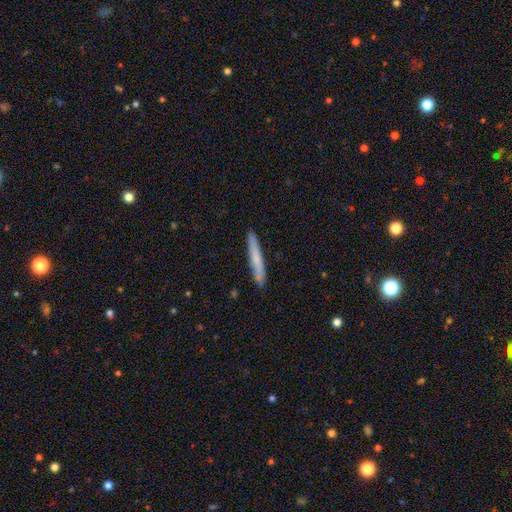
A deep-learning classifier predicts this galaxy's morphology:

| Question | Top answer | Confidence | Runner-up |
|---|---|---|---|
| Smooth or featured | smooth | 63% | featured or disk (31%) |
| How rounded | cigar-shaped | 96% | in between (2%) |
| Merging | none | 90% | minor disturbance (7%) |